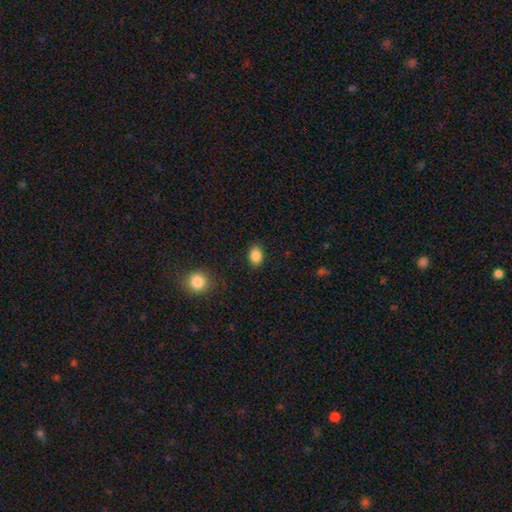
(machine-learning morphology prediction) This appears to be a smooth galaxy with no disk features (86%) that is in between round and cigar-shaped (77%). Merging: none (87%).